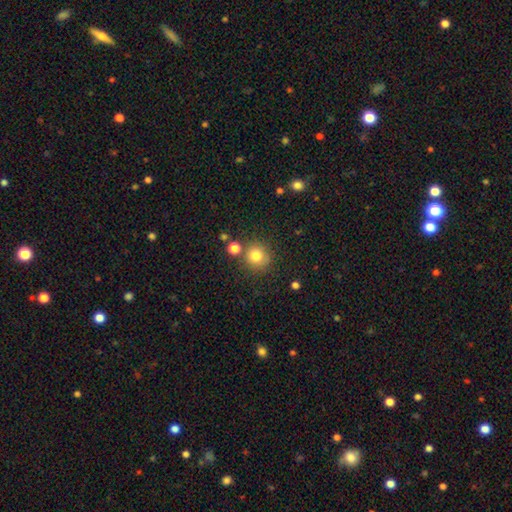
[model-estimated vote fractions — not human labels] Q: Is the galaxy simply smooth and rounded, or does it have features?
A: smooth — 80%.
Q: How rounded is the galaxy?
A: round — 91%.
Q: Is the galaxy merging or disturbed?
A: none — 78%.